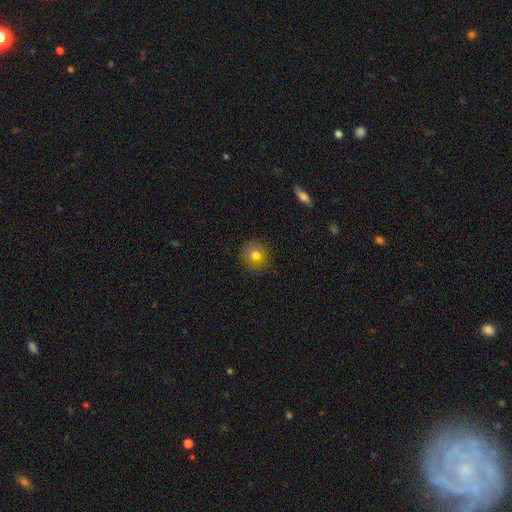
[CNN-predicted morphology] Smooth or featured? smooth (69%)
How rounded? round (83%)
Merging? none (80%)